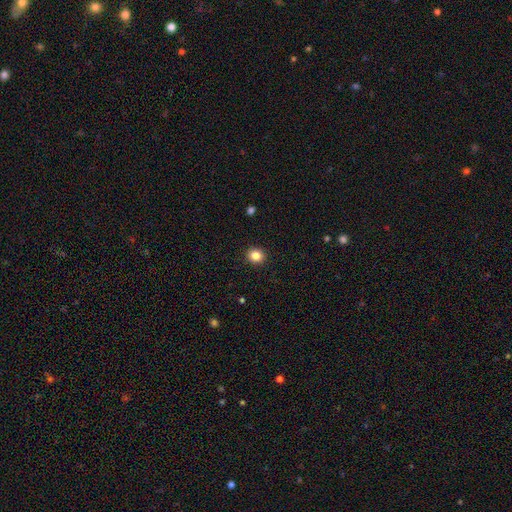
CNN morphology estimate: Q: Smooth or featured?
A: smooth (84%); runner-up: star or artifact (11%)
Q: How rounded?
A: round (83%); runner-up: in between (17%)
Q: Merging?
A: none (92%); runner-up: minor disturbance (5%)